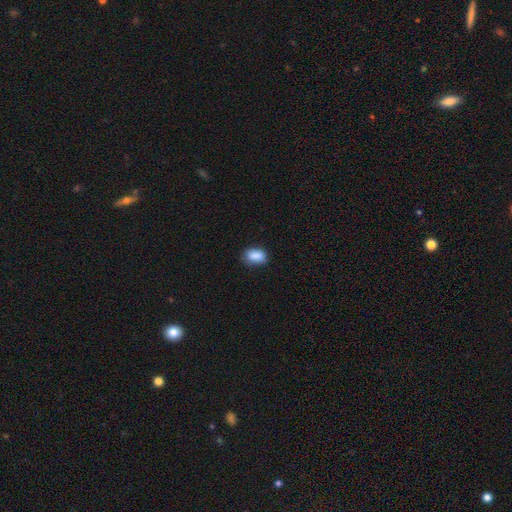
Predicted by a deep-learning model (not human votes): smooth_or_featured: smooth (p=0.88) [alt: star or artifact p=0.08]
how_rounded: in between (p=0.86) [alt: round p=0.12]
merging: none (p=0.76) [alt: minor disturbance p=0.20]